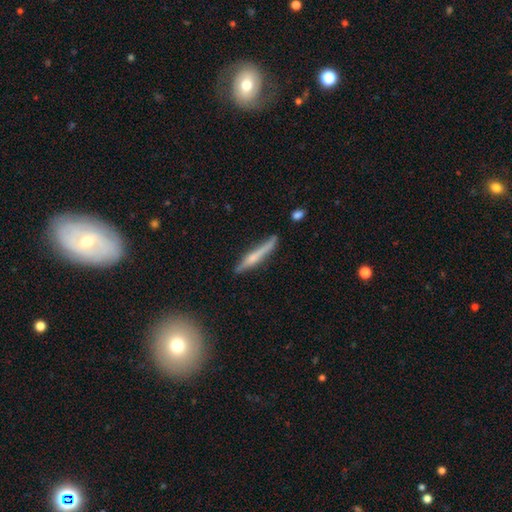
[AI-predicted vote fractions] A smooth galaxy with no disk features (47%, tied with featured or disk). Merging: none (76%).